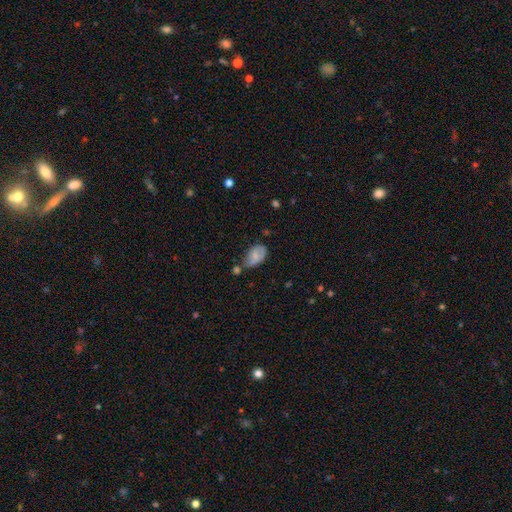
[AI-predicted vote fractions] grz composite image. It shows a smooth galaxy with no disk features (67%) that is in between round and cigar-shaped (90%). Merging: none (38%).